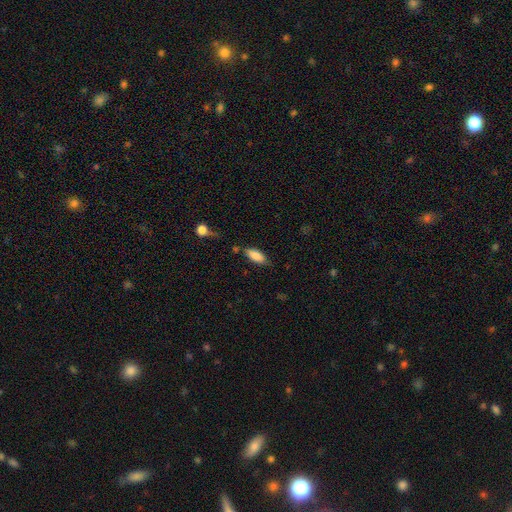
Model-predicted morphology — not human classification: smooth-or-featured: smooth: 84% | featured or disk: 9% | star or artifact: 7%
  how-rounded: in between: 82% | cigar-shaped: 16% | round: 2%
  merging: none: 67% | minor disturbance: 22% | major disturbance: 6% | merger: 5%